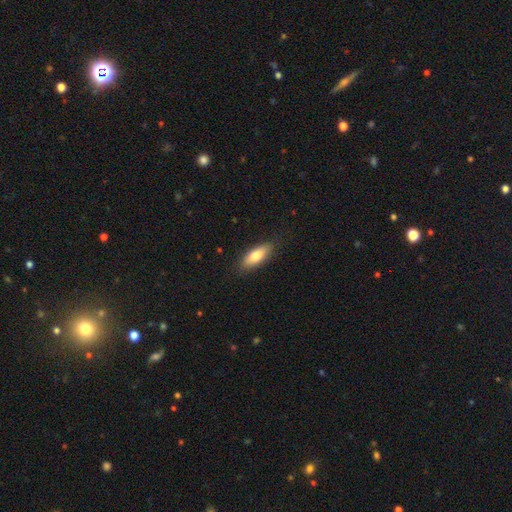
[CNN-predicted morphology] Smooth or featured: smooth — 76% (featured or disk — 18%)
How rounded: in between — 70% (cigar-shaped — 28%)
Merging: none — 85% (minor disturbance — 11%)